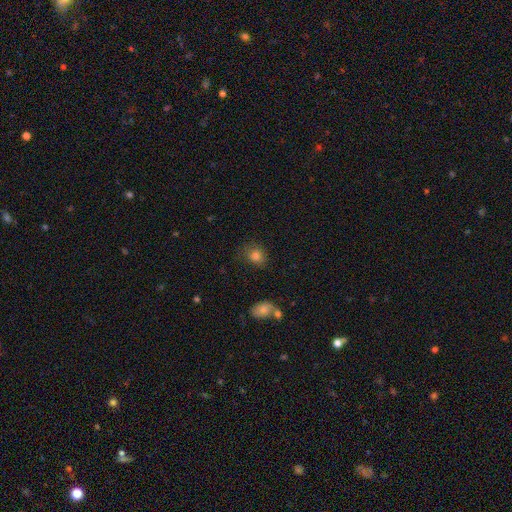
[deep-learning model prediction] Smooth or featured?
  - smooth: 82% *
  - star or artifact: 11%
  - featured or disk: 7%
How rounded?
  - round: 65% *
  - in between: 34%
  - cigar-shaped: 1%
Merging?
  - none: 69% *
  - minor disturbance: 20%
  - major disturbance: 7%
  - merger: 4%